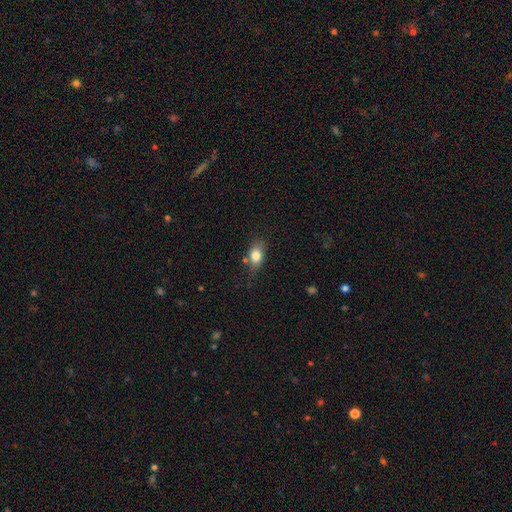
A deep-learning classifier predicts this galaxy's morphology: smooth 80%, featured or disk 11%, star or artifact 9%. Down the decision tree: how rounded — in between (75%); merging — none (64%).